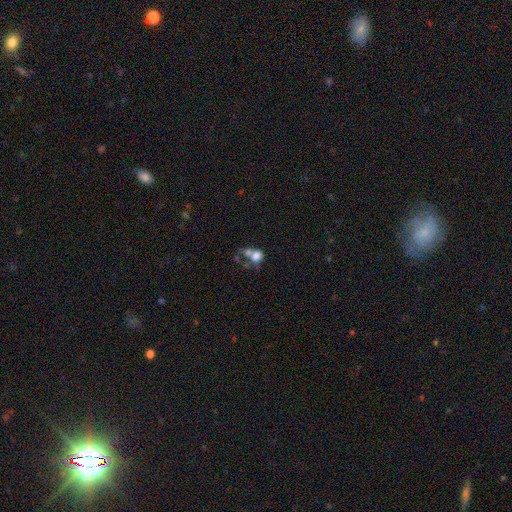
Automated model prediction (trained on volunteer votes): A smooth galaxy with no disk features (68%) that is round (61%). Merging: merger (45%).